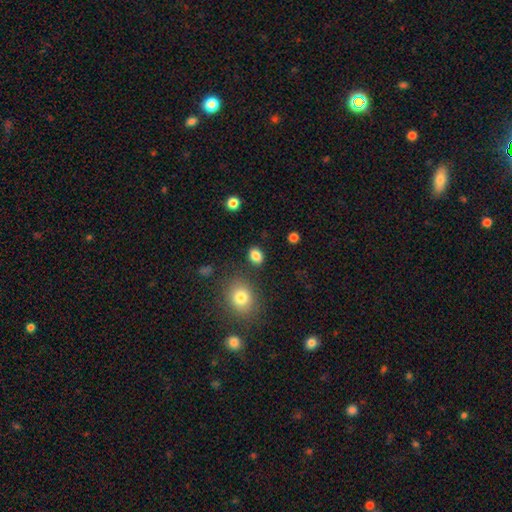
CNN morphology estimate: type=smooth (85%); roundness=in between (64%); merging=none (84%).